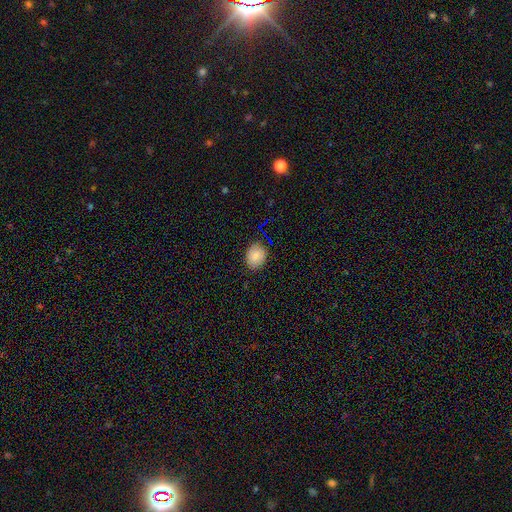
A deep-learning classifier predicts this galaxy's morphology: This appears to be a smooth galaxy with no disk features (81%) that is round (52%). Merging: none (82%).